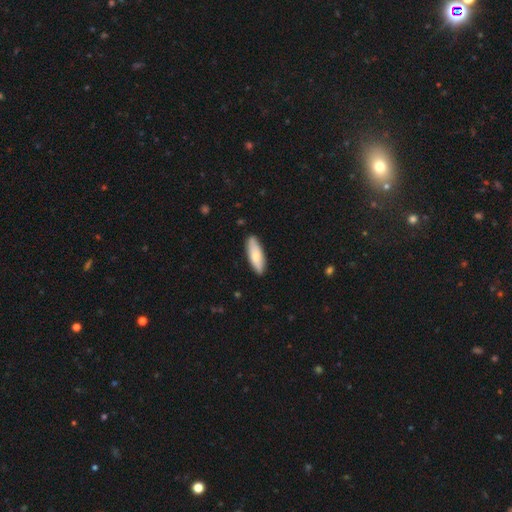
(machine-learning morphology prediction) A smooth galaxy with no disk features (69%) that is in between round and cigar-shaped (57%).

Vote fractions:
- Smooth or featured? smooth: 69% / featured or disk: 25% / star or artifact: 5%
- How rounded? in between: 57% / cigar-shaped: 42% / round: 2%
- Merging? none: 83% / minor disturbance: 13% / major disturbance: 2% / merger: 2%